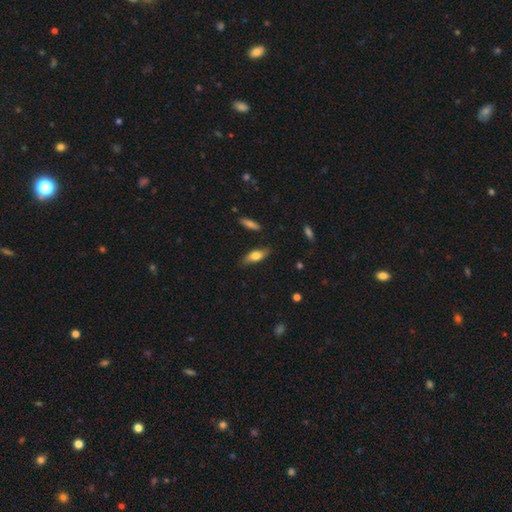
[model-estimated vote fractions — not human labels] Morphology: type=smooth (71%); roundness=in between (69%); merging=none (80%).